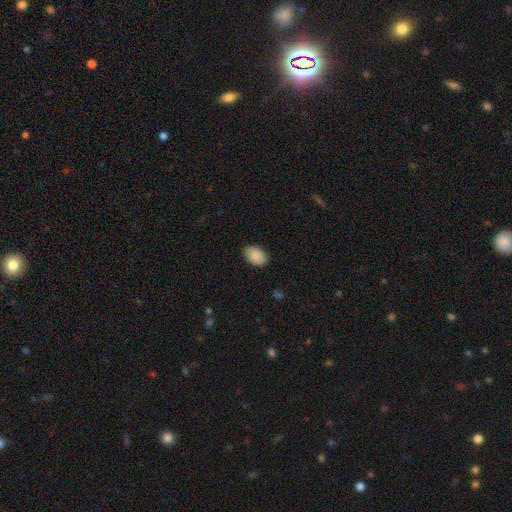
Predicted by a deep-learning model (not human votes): A smooth galaxy with no disk features (88%) that is in between round and cigar-shaped (89%). Merging: none (88%).